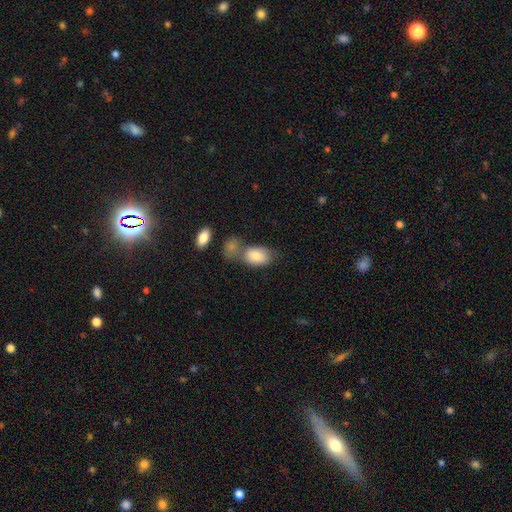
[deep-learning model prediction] smooth_or_featured: smooth (p=0.81) [alt: featured or disk p=0.12]
how_rounded: in between (p=0.88) [alt: round p=0.11]
merging: none (p=0.41) [alt: merger p=0.34]